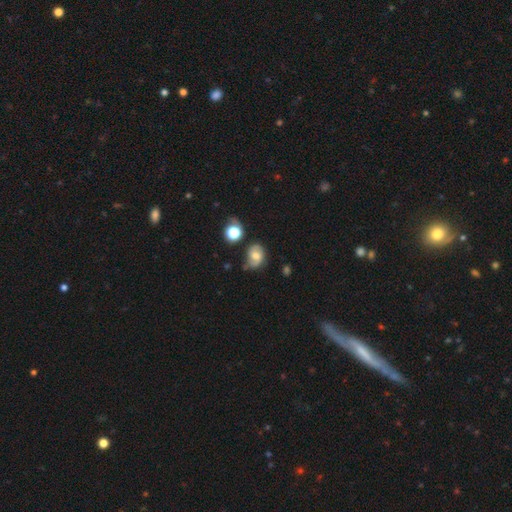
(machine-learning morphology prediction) type=featured or disk (45%); merging=none (52%).